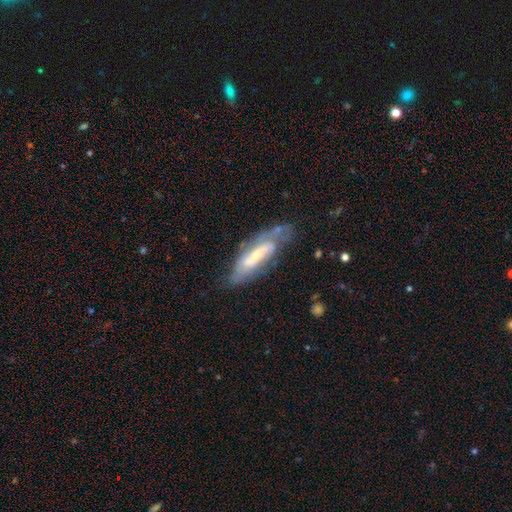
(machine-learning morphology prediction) type=featured or disk (64%); edge-on=no (73%); merging=none (54%).